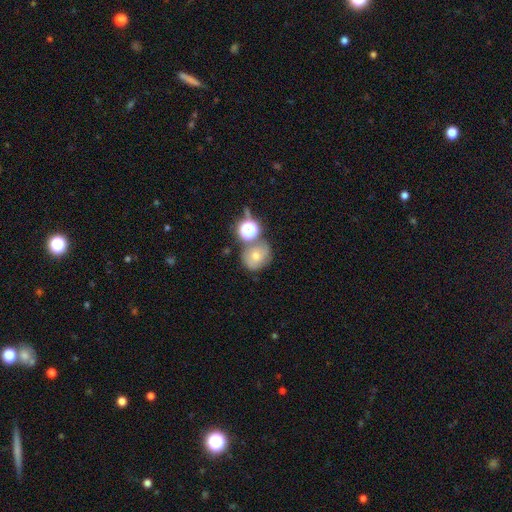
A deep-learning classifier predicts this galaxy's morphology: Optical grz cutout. It shows a smooth galaxy with no disk features (45%). Merging: none (64%).